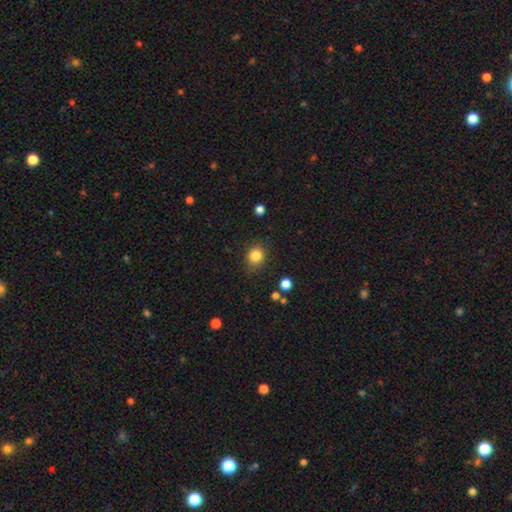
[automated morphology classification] smooth 84%, star or artifact 11%, featured or disk 5%. Down the decision tree: how rounded — round (72%); merging — none (81%).